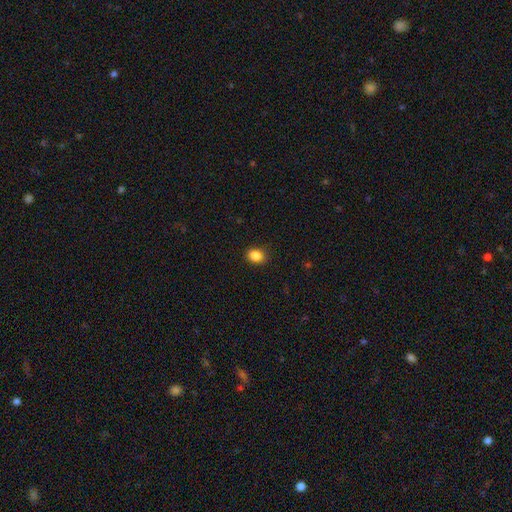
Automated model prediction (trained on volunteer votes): Smooth or featured? Predicted: smooth (p=0.87). How rounded? Predicted: in between (p=0.60). Merging? Predicted: none (p=0.89).